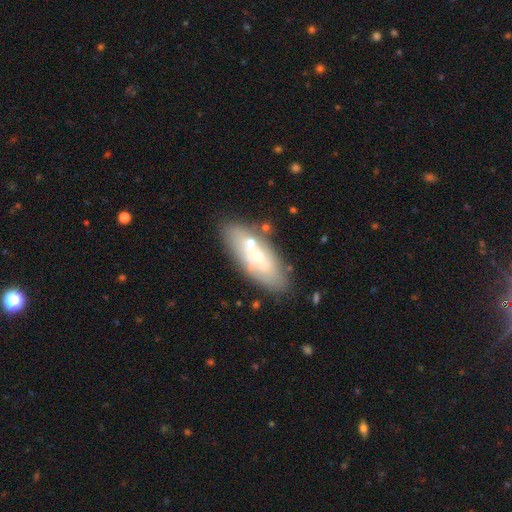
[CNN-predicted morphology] Smooth or featured: featured or disk — 46% (tied with smooth — 46%)
Merging: none — 67% (minor disturbance — 17%)